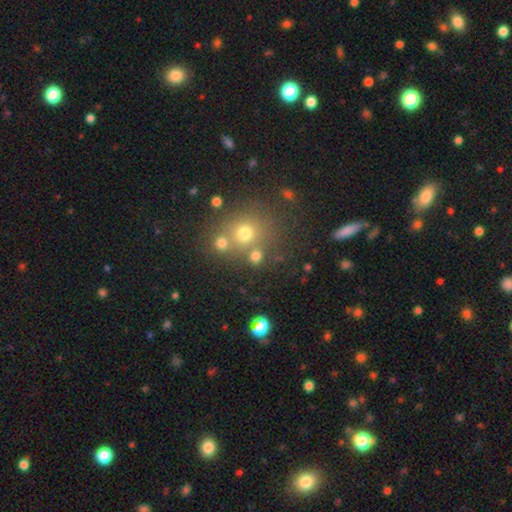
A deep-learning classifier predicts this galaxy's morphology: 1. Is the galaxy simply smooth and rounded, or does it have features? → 70% smooth, 20% star or artifact, 9% featured or disk.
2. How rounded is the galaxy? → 83% round, 15% in between, 1% cigar-shaped.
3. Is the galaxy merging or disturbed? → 63% none, 23% merger, 9% minor disturbance, 5% major disturbance.